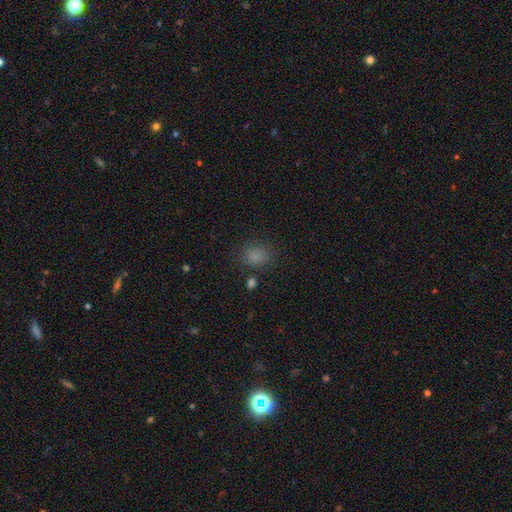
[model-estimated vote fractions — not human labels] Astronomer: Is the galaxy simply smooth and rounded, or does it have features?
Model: smooth — 80%.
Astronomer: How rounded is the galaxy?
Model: round — 51% (runner-up: in between, 48%).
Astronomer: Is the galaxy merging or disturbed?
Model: none — 77%.